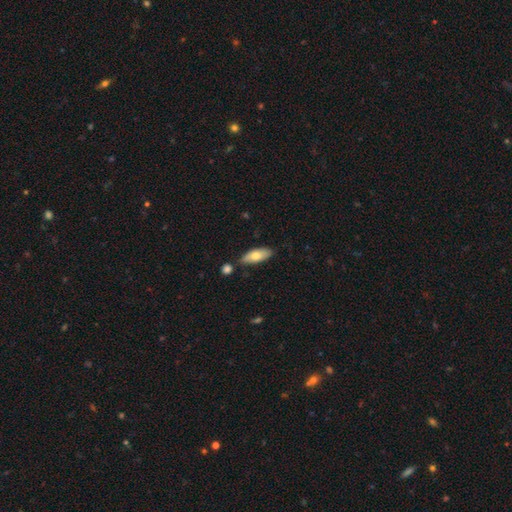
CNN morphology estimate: smooth 72%, featured or disk 22%, star or artifact 6%. Down the decision tree: how rounded — in between (74%); merging — none (76%).